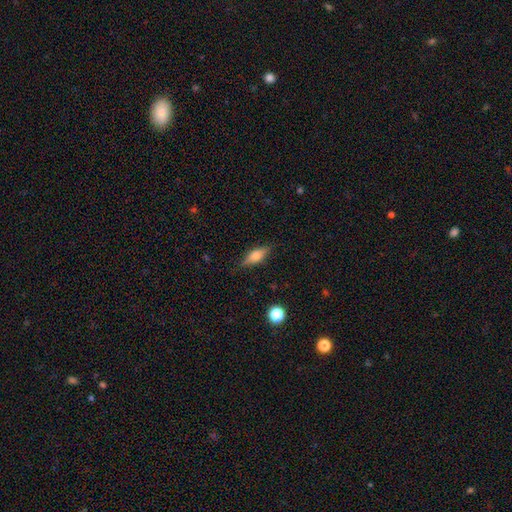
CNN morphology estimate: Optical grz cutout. It shows a smooth galaxy with no disk features (56%) that is in between round and cigar-shaped (64%). Merging: none (83%).